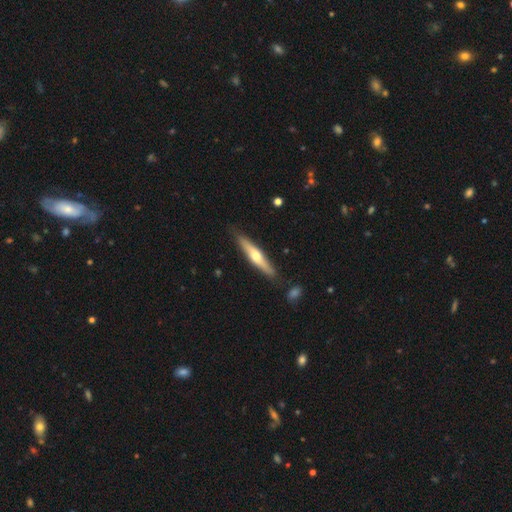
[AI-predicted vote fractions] Smooth or featured? Predicted: featured or disk (p=0.53). Edge-on disk? Predicted: yes (p=0.92). Merging? Predicted: none (p=0.83).